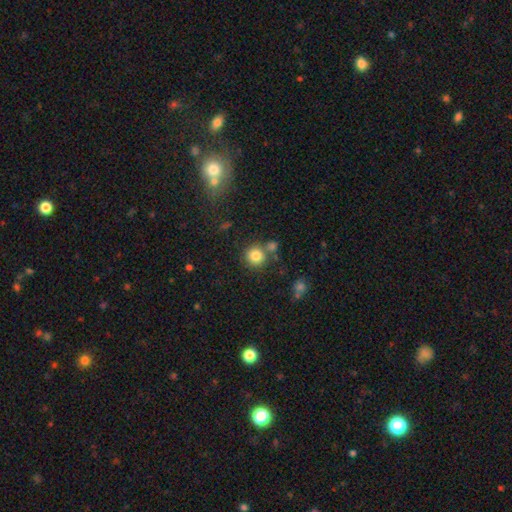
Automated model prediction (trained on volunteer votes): Q: Smooth or featured?
A: smooth (82%); runner-up: star or artifact (11%)
Q: How rounded?
A: round (91%); runner-up: in between (8%)
Q: Merging?
A: none (72%); runner-up: merger (15%)